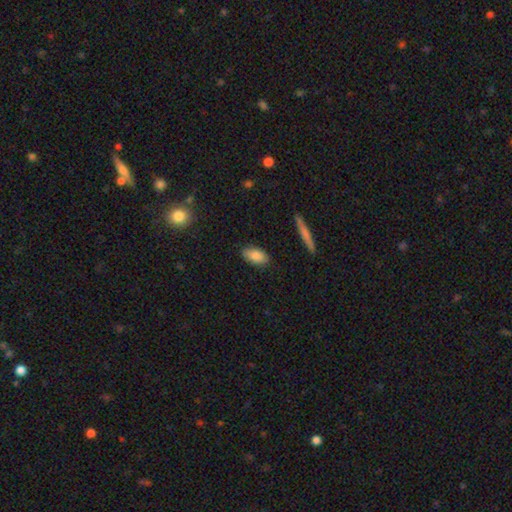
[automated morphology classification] smooth 86%, featured or disk 7%, star or artifact 7%. Down the decision tree: how rounded — in between (91%); merging — none (84%).